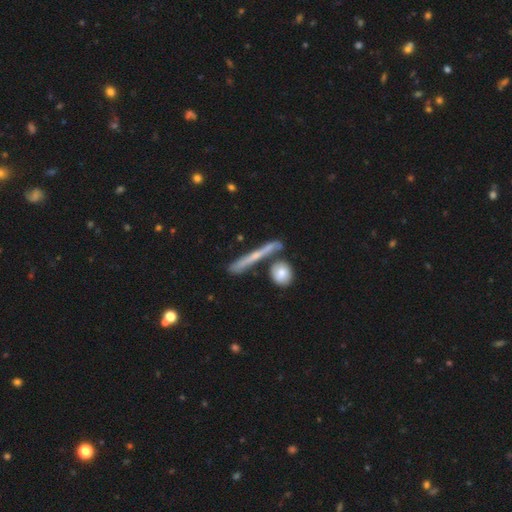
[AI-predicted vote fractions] The model was most divided on "smooth or featured": featured or disk: 51%, smooth: 41%, star or artifact: 9%. More confident: edge-on disk — yes (89%); merging — none (71%).